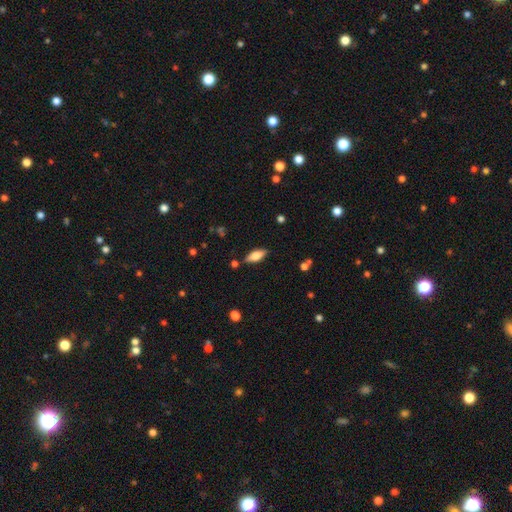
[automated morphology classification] Smooth or featured? Predicted: smooth (p=0.72). How rounded? Predicted: in between (p=0.75). Merging? Predicted: none (p=0.83).